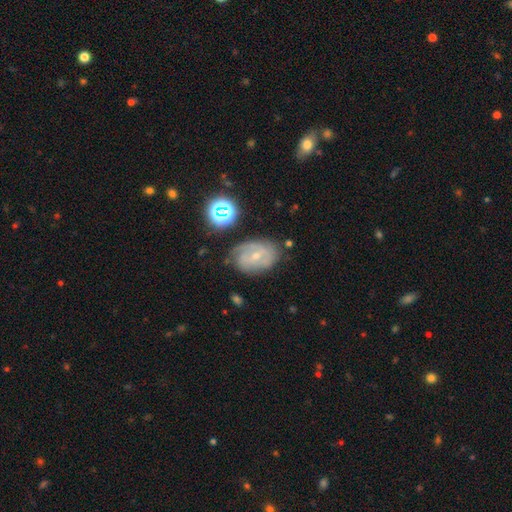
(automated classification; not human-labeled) A featured or disk galaxy (68%) with a weak bar (45%), tight (54%) spiral arms (84%) and a small central bulge (68%). Merging: none (65%).